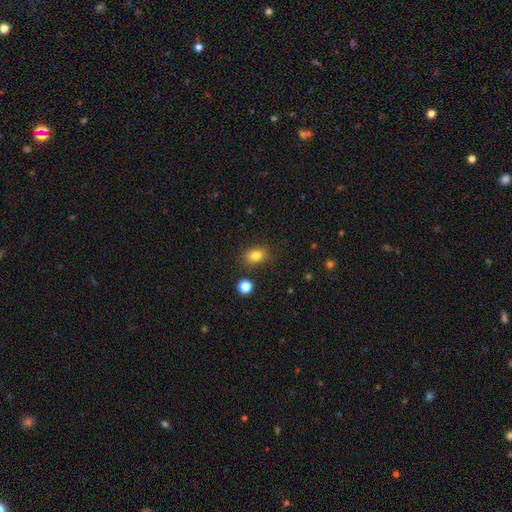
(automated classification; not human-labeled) Q: Smooth or featured?
A: smooth (83%); runner-up: star or artifact (11%)
Q: How rounded?
A: in between (70%); runner-up: round (28%)
Q: Merging?
A: none (82%); runner-up: minor disturbance (12%)